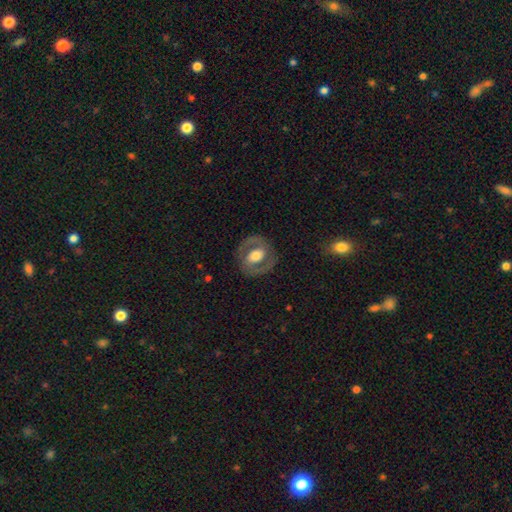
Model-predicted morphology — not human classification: A featured or disk galaxy (64%) with no bar (44%), spiral arms (55%) and a moderate central bulge (56%). Merging: none (81%).